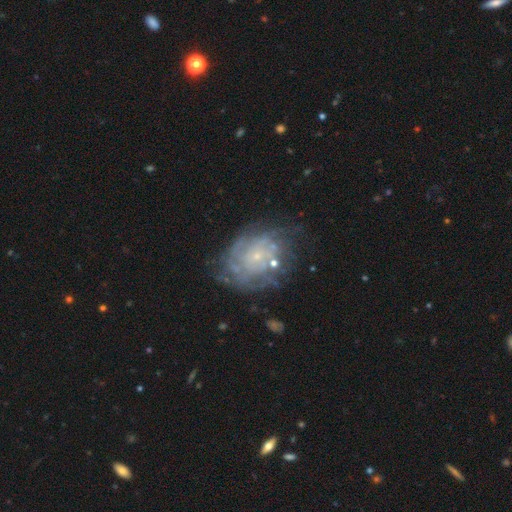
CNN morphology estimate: This appears to be a featured or disk galaxy (69%) with no bar (77%), tight (68%) spiral arms (82%) and a small central bulge (76%). Merging: none (70%).